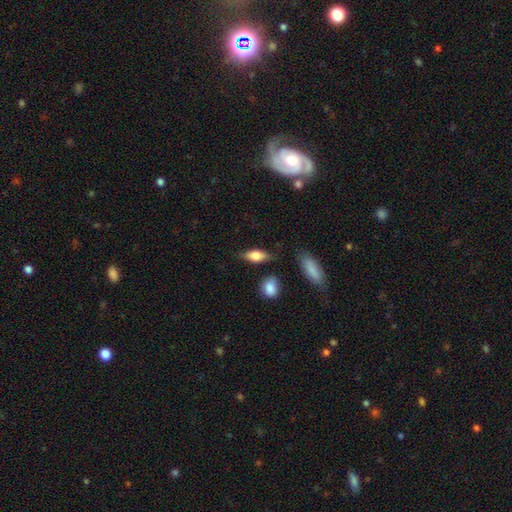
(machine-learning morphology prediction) A smooth galaxy with no disk features (72%) that is in between round and cigar-shaped (77%).

Vote fractions:
- Smooth or featured? smooth: 72% / featured or disk: 21% / star or artifact: 7%
- How rounded? in between: 77% / cigar-shaped: 19% / round: 5%
- Merging? none: 75% / minor disturbance: 17% / major disturbance: 4% / merger: 4%